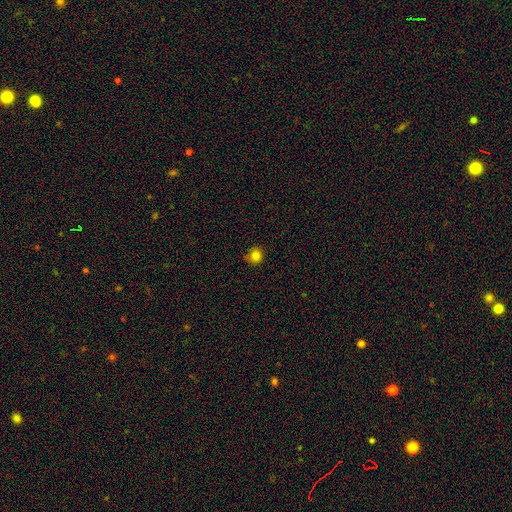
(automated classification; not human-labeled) The model was most divided on "merging": none: 76%, minor disturbance: 19%, major disturbance: 4%, merger: 2%. More confident: how rounded — round (86%); smooth or featured — smooth (82%).